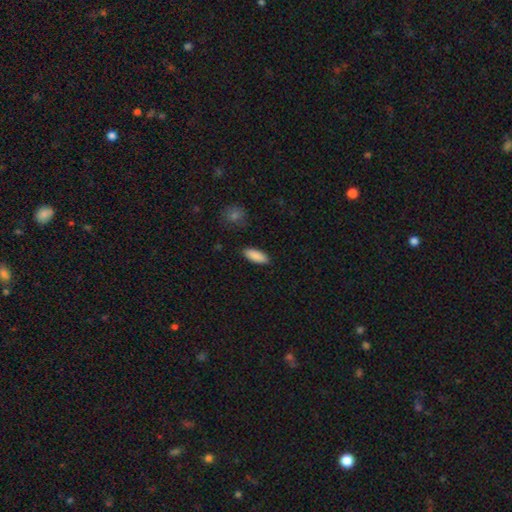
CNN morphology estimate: Smooth or featured? Predicted: smooth (p=0.89). How rounded? Predicted: in between (p=0.80). Merging? Predicted: none (p=0.89).